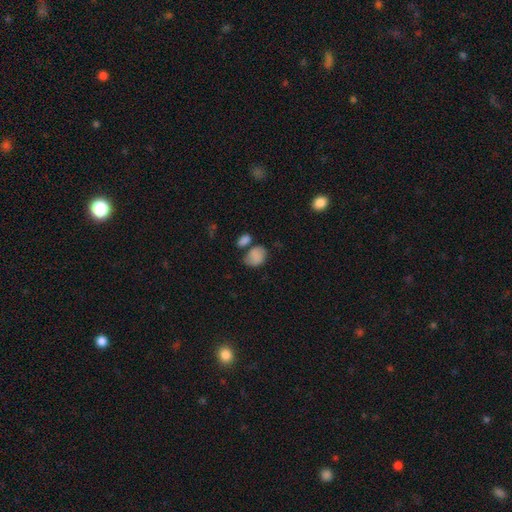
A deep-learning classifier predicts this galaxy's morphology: This is clearly a smooth galaxy (81%). How rounded: likely in between (70%). Merging: marginally none (44%).